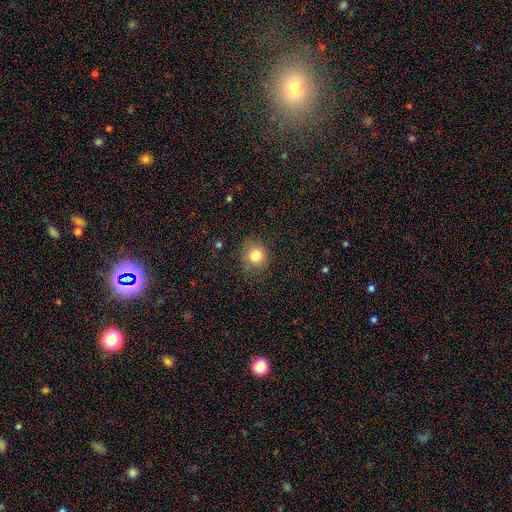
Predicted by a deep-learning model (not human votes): Smooth or featured? Predicted: smooth (p=0.83). How rounded? Predicted: round (p=0.85). Merging? Predicted: none (p=0.78).